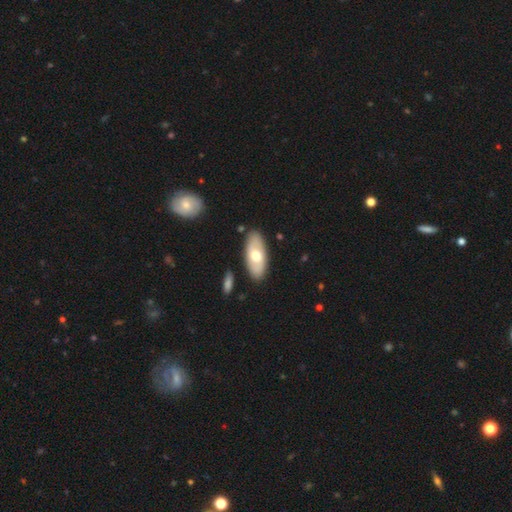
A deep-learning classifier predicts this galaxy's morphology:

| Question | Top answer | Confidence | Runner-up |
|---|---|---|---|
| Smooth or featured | smooth | 57% | featured or disk (39%) |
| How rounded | in between | 89% | cigar-shaped (8%) |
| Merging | none | 85% | minor disturbance (10%) |